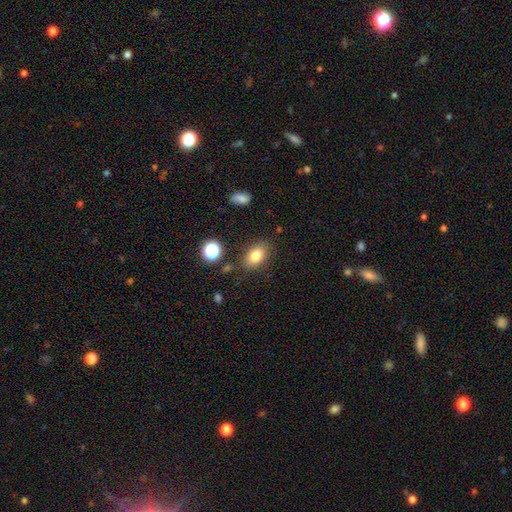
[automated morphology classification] Smooth or featured? Predicted: smooth (p=0.81). How rounded? Predicted: in between (p=0.84). Merging? Predicted: none (p=0.81).